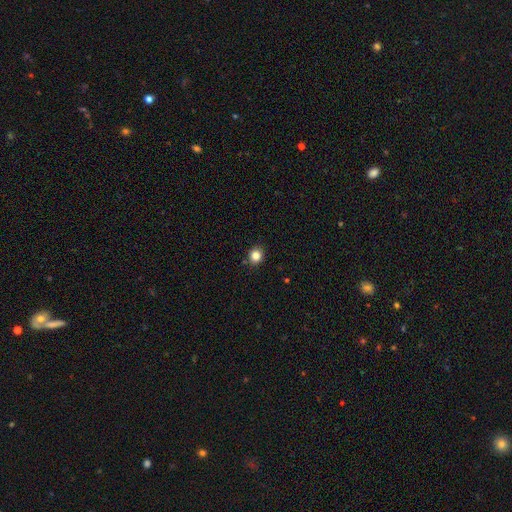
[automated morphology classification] This appears to be a smooth galaxy with no disk features (84%) that is round (81%). Merging: none (88%).